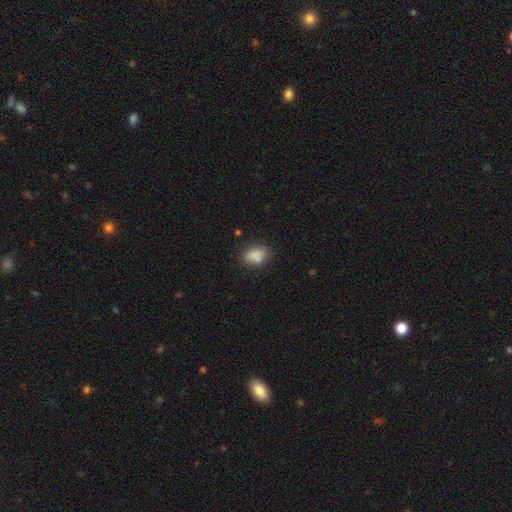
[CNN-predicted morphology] Smooth or featured: smooth — 83% (star or artifact — 9%)
How rounded: in between — 73% (round — 26%)
Merging: none — 68% (minor disturbance — 19%)